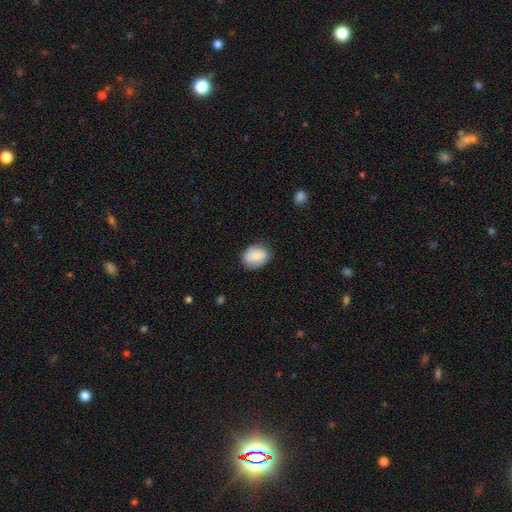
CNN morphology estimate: Smooth or featured? Predicted: smooth (p=0.83). How rounded? Predicted: in between (p=0.58). Merging? Predicted: none (p=0.79).